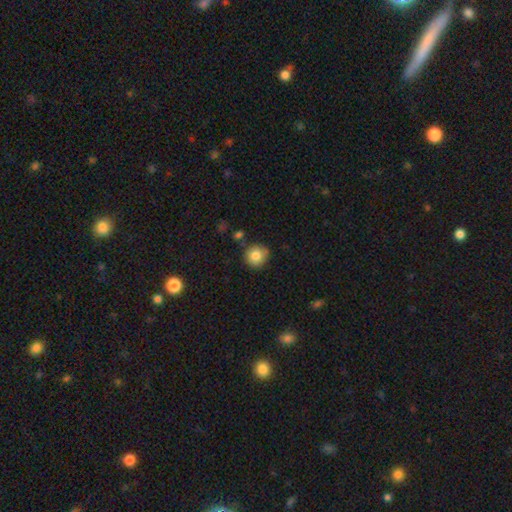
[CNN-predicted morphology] smooth-or-featured: smooth: 83% | star or artifact: 9% | featured or disk: 8%
  how-rounded: round: 92% | in between: 7% | cigar-shaped: 1%
  merging: none: 79% | minor disturbance: 13% | merger: 5% | major disturbance: 3%